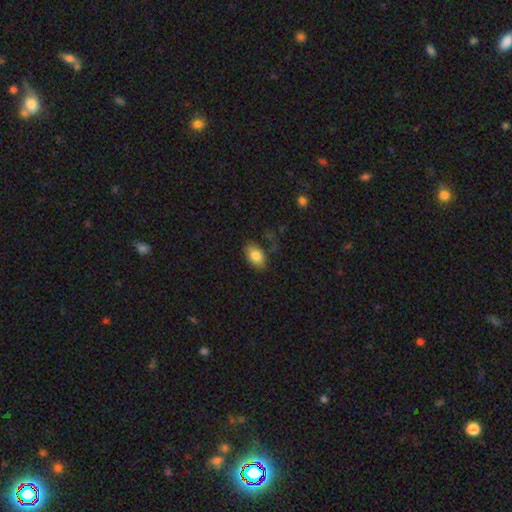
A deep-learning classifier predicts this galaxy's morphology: smooth_or_featured: smooth (p=0.82) [alt: featured or disk p=0.10]
how_rounded: in between (p=0.89) [alt: round p=0.10]
merging: none (p=0.79) [alt: minor disturbance p=0.16]